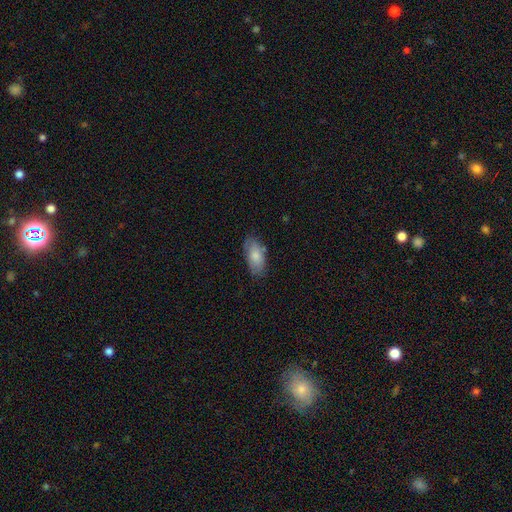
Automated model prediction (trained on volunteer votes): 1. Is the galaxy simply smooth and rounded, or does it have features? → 80% smooth, 14% featured or disk, 6% star or artifact.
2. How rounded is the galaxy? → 91% in between, 6% cigar-shaped, 3% round.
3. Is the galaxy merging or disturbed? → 74% none, 20% minor disturbance, 4% major disturbance, 2% merger.